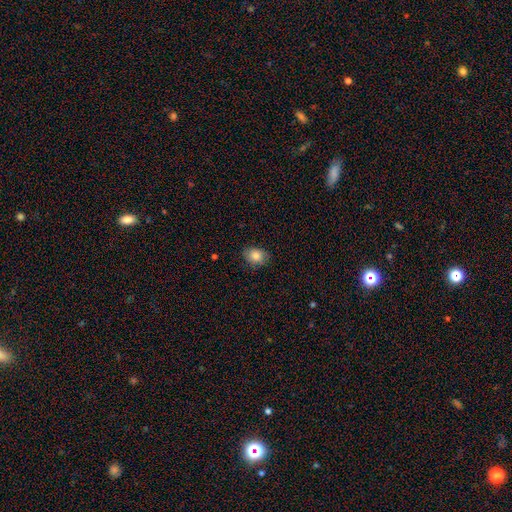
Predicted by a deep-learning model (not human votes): A smooth galaxy with no disk features (84%) that is in between round and cigar-shaped (65%).

Vote fractions:
- Smooth or featured? smooth: 84% / star or artifact: 8% / featured or disk: 7%
- How rounded? in between: 65% / round: 34% / cigar-shaped: 1%
- Merging? none: 82% / minor disturbance: 15% / major disturbance: 3% / merger: 1%